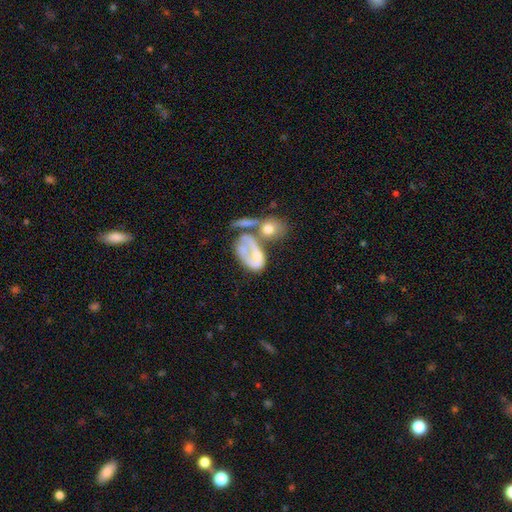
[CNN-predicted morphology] Q: Smooth or featured?
A: featured or disk (53%); runner-up: smooth (36%)
Q: Edge-on disk?
A: no (94%); runner-up: yes (6%)
Q: Merging?
A: merger (46%); runner-up: major disturbance (23%)